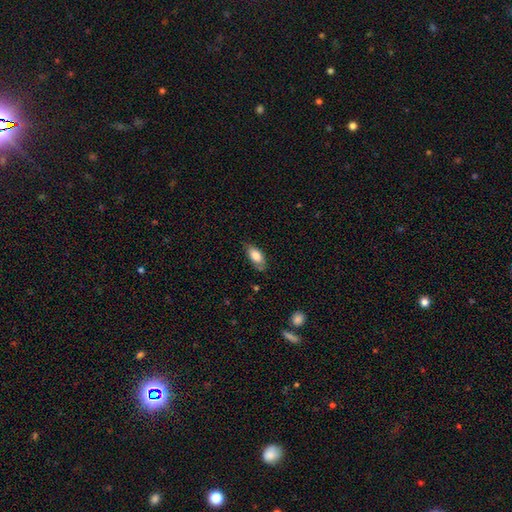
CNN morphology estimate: Smooth or featured?
  - smooth: 78% *
  - featured or disk: 15%
  - star or artifact: 7%
How rounded?
  - in between: 87% *
  - cigar-shaped: 9%
  - round: 3%
Merging?
  - none: 70% *
  - minor disturbance: 24%
  - major disturbance: 5%
  - merger: 1%